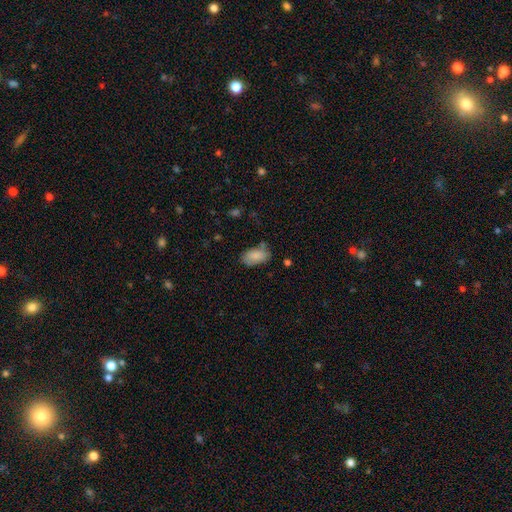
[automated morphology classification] smooth 86%, featured or disk 7%, star or artifact 7%. Down the decision tree: how rounded — in between (94%); merging — none (67%).